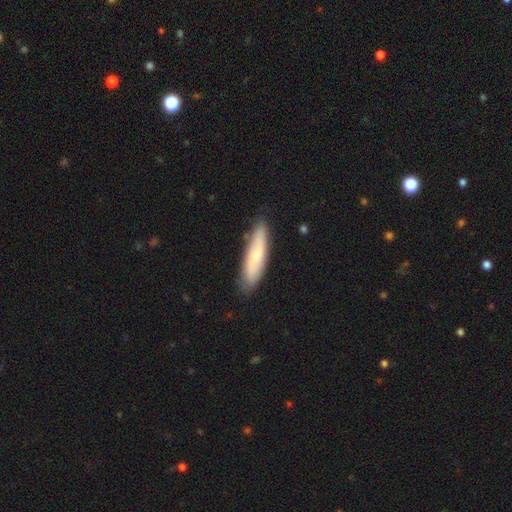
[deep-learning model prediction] Smooth or featured? smooth (61%)
How rounded? cigar-shaped (70%)
Merging? none (81%)